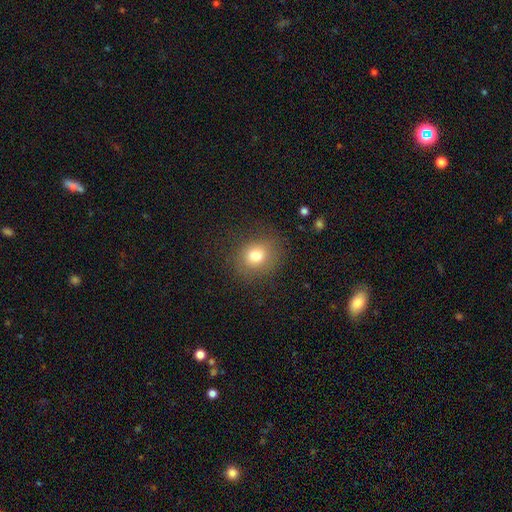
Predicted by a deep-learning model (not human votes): Morphology: type=smooth (80%); roundness=round (71%); merging=none (80%).